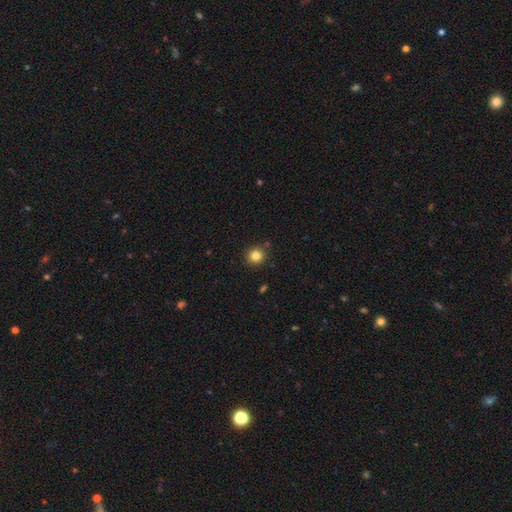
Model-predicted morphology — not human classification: The model was most divided on "smooth or featured": smooth: 83%, star or artifact: 12%, featured or disk: 6%. More confident: how rounded — round (92%); merging — none (88%).